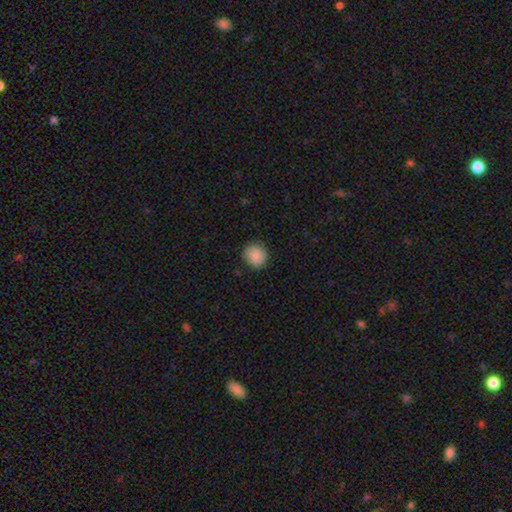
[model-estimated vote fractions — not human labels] Q: Smooth or featured?
A: smooth (80%); runner-up: featured or disk (12%)
Q: How rounded?
A: round (89%); runner-up: in between (10%)
Q: Merging?
A: none (81%); runner-up: minor disturbance (15%)